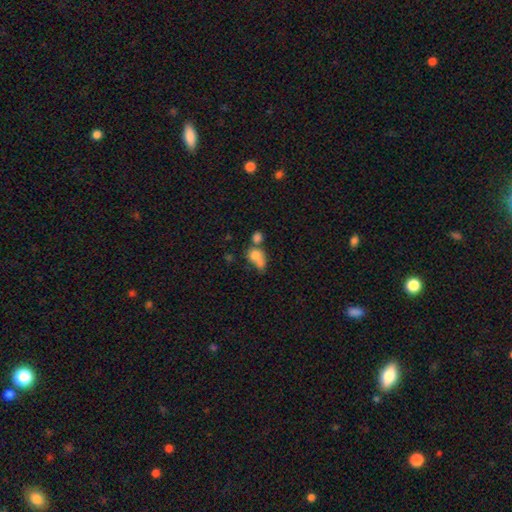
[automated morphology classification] This is likely a smooth galaxy (72%). How rounded: possibly round (59%). Merging: possibly merger (56%).